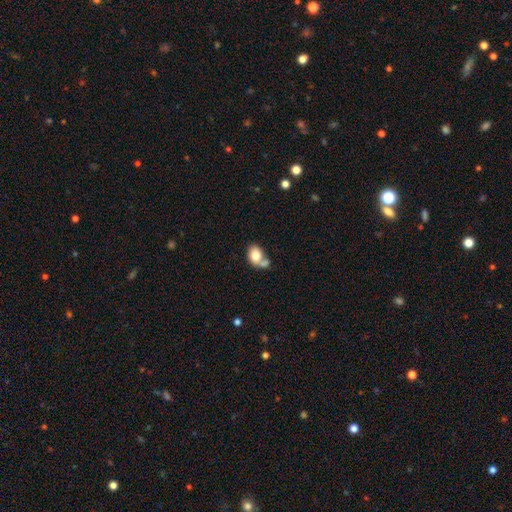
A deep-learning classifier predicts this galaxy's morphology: Overall: smooth (76%). How rounded: in between (72%). Merging: merger (45%; none 31%).